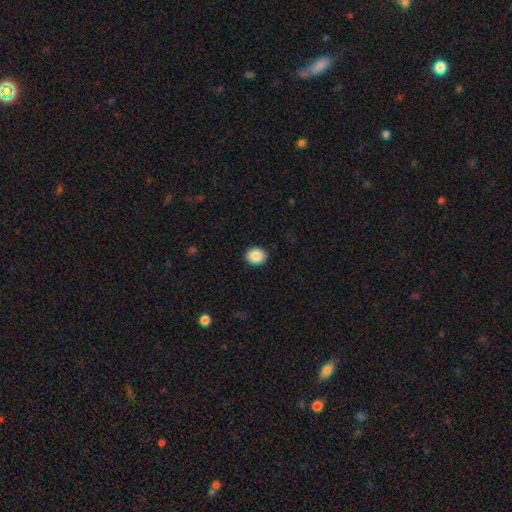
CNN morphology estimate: smooth 88%, star or artifact 8%, featured or disk 4%. Down the decision tree: how rounded — round (61%); merging — none (91%).